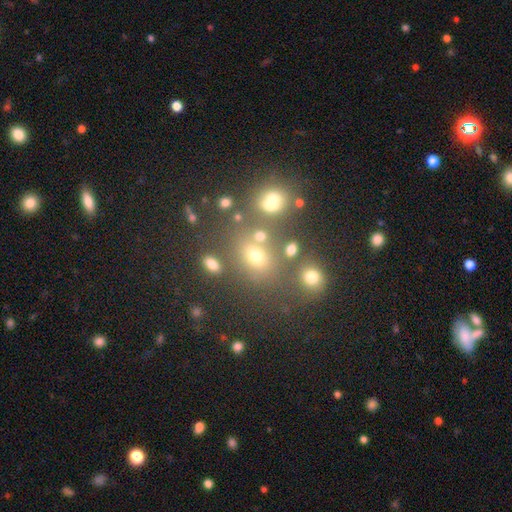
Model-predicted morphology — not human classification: Smooth or featured: smooth — 52% (star or artifact — 35%)
How rounded: round — 64% (in between — 34%)
Merging: none — 63% (merger — 20%)